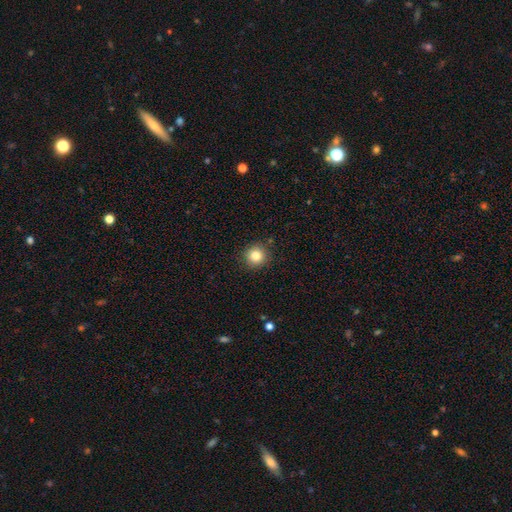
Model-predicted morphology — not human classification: Q: Smooth or featured?
A: smooth (83%); runner-up: star or artifact (11%)
Q: How rounded?
A: round (94%); runner-up: in between (5%)
Q: Merging?
A: none (90%); runner-up: minor disturbance (6%)